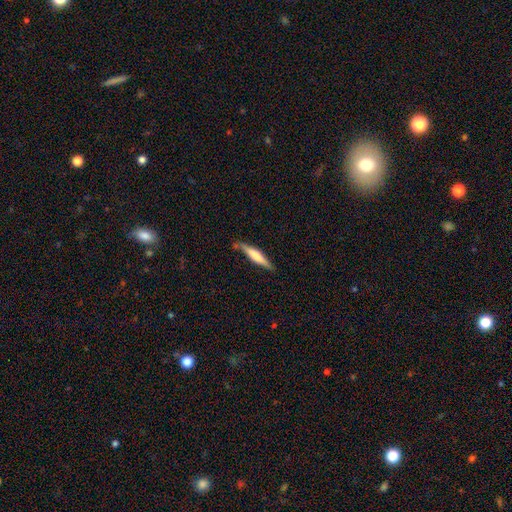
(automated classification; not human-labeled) smooth-or-featured: smooth: 54% | featured or disk: 40% | star or artifact: 5%
  how-rounded: cigar-shaped: 89% | in between: 10% | round: 1%
  merging: none: 77% | minor disturbance: 17% | merger: 3% | major disturbance: 3%